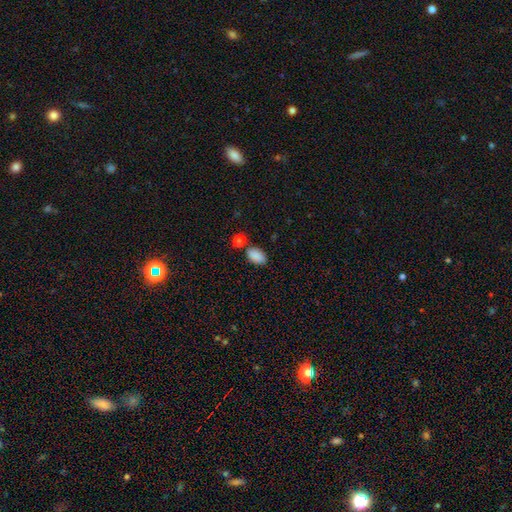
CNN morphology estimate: smooth 87%, star or artifact 8%, featured or disk 4%. Down the decision tree: how rounded — in between (91%); merging — none (70%).